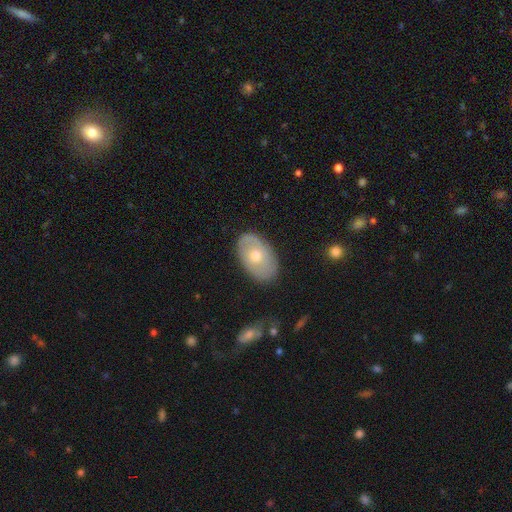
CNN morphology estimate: smooth_or_featured: smooth (p=0.51) [alt: featured or disk p=0.43]
how_rounded: in between (p=0.90) [alt: round p=0.09]
merging: none (p=0.82) [alt: minor disturbance p=0.13]